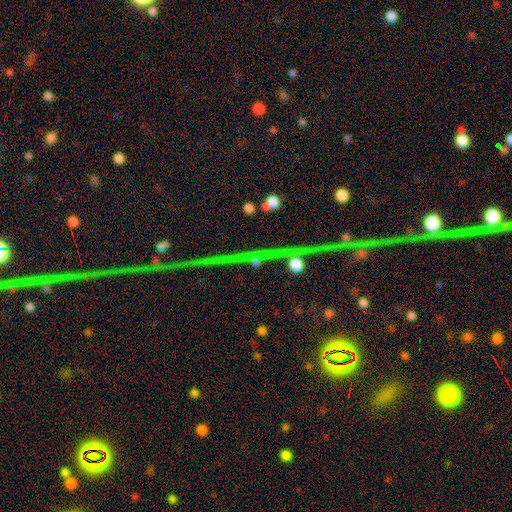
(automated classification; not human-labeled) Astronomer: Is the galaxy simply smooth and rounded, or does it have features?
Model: star or artifact — 76%.